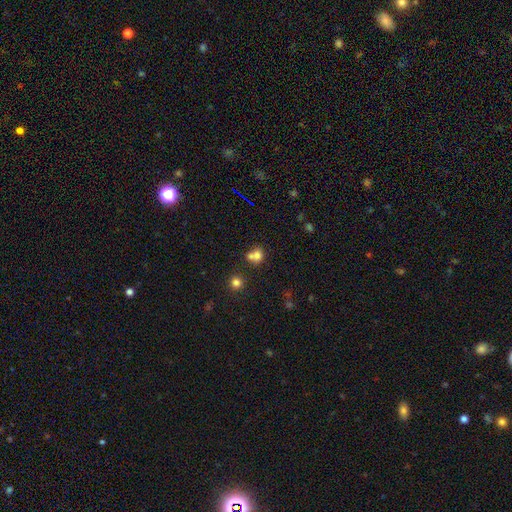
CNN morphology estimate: smooth_or_featured: smooth (p=0.72) [alt: star or artifact p=0.15]
how_rounded: round (p=0.66) [alt: in between p=0.33]
merging: merger (p=0.50) [alt: none p=0.35]